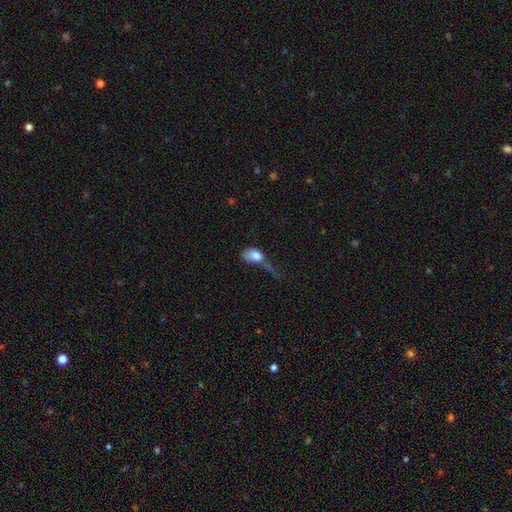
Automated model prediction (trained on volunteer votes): smooth 72%, featured or disk 19%, star or artifact 9%. Down the decision tree: how rounded — in between (77%); merging — major disturbance (56%).